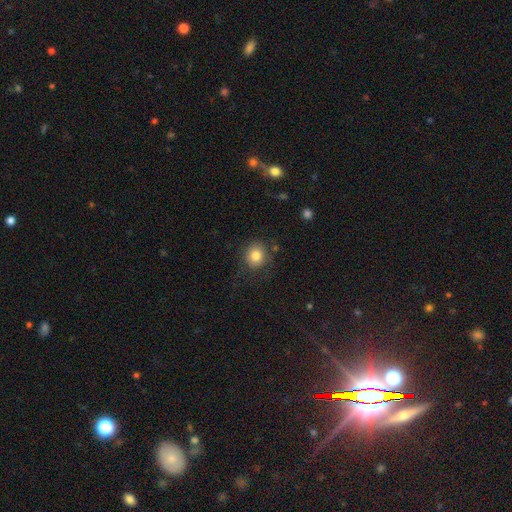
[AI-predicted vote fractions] Overall: smooth (83%). How rounded: round (84%). Merging: none (79%).